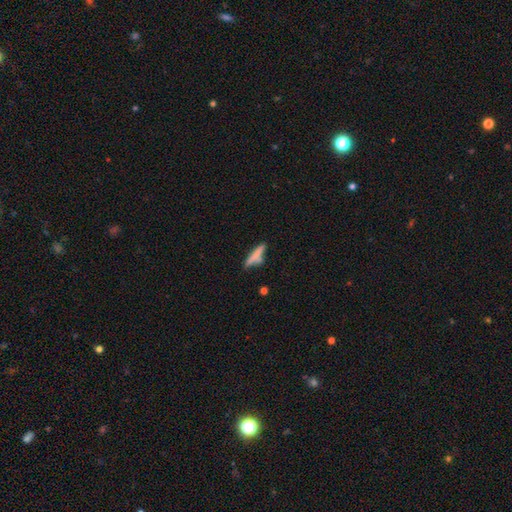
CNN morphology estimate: Smooth or featured? Predicted: smooth (p=0.68). How rounded? Predicted: cigar-shaped (p=0.87). Merging? Predicted: none (p=0.59).